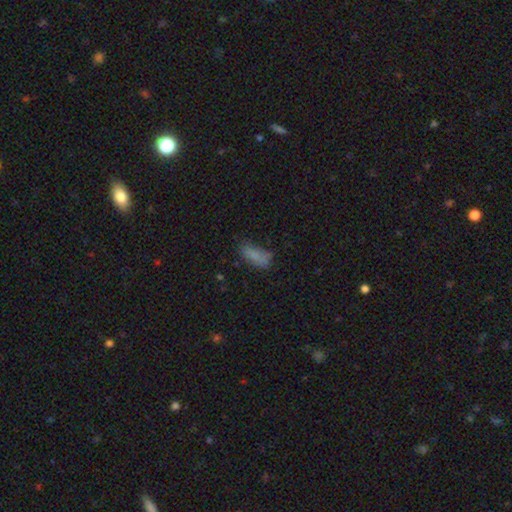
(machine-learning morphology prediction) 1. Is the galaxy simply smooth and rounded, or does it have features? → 76% smooth, 12% featured or disk, 12% star or artifact.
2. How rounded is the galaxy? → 77% in between, 20% cigar-shaped, 3% round.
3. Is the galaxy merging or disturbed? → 48% none, 30% minor disturbance, 16% major disturbance, 5% merger.